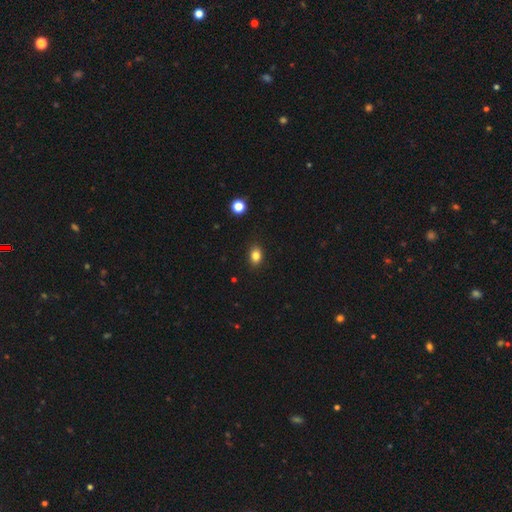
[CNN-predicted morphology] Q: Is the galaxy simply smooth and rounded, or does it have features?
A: smooth — 83%.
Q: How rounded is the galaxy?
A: in between — 71%.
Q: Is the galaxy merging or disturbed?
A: none — 89%.